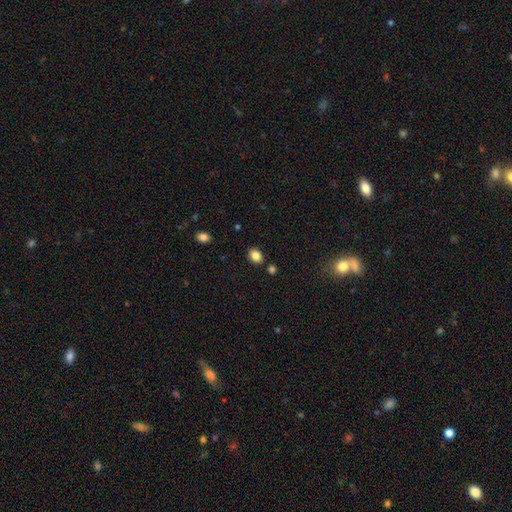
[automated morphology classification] A smooth galaxy with no disk features (85%) that is in between round and cigar-shaped (61%). Merging: none (82%).